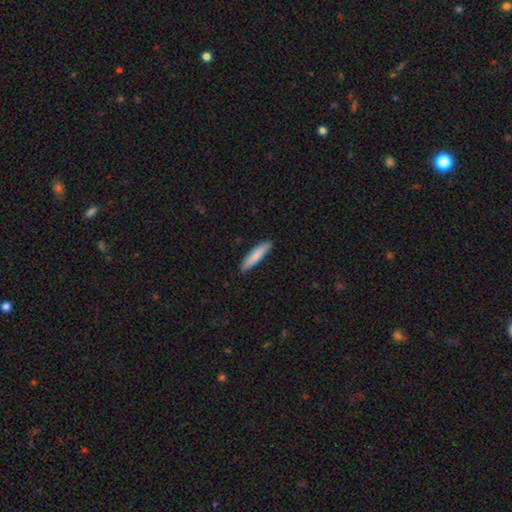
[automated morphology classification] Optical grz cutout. It shows a smooth galaxy with no disk features (82%) that is cigar-shaped (83%). Merging: none (87%).